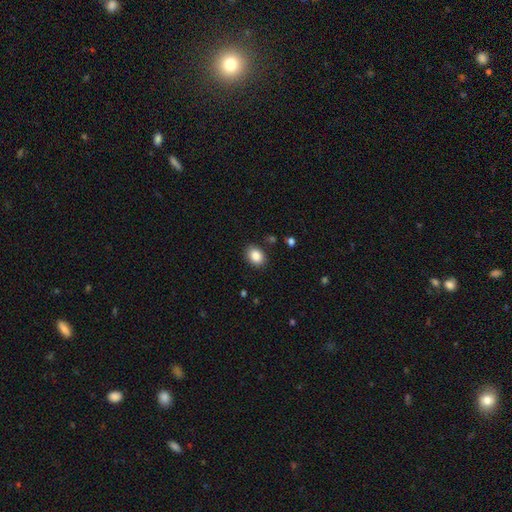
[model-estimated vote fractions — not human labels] smooth-or-featured: smooth: 86% | star or artifact: 9% | featured or disk: 5%
  how-rounded: in between: 65% | round: 34% | cigar-shaped: 1%
  merging: none: 87% | minor disturbance: 9% | major disturbance: 2% | merger: 2%